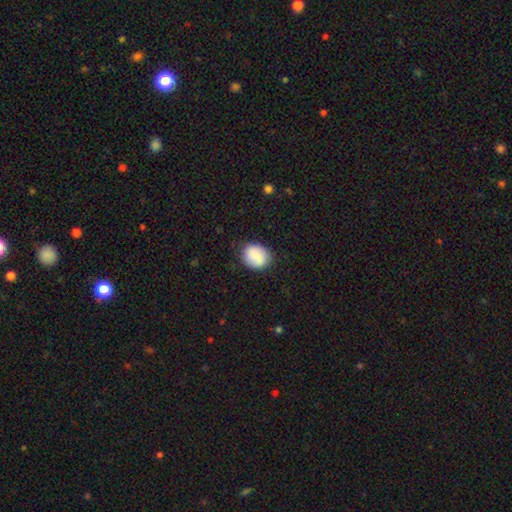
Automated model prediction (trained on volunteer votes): Overall: smooth (80%). How rounded: round (66%; in between 34%). Merging: none (82%).